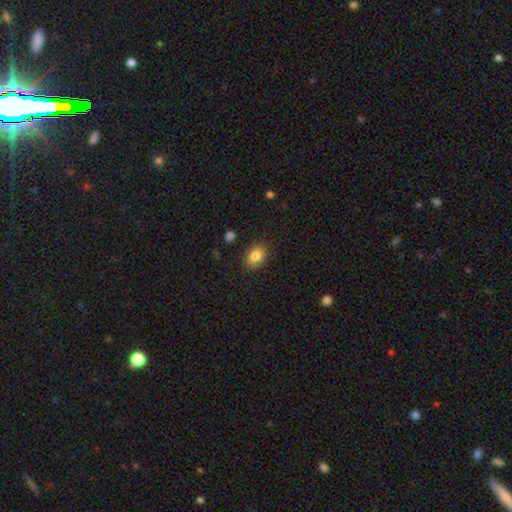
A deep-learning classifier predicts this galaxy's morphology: Smooth or featured?
  - smooth: 84% *
  - star or artifact: 9%
  - featured or disk: 7%
How rounded?
  - in between: 69% *
  - round: 30%
  - cigar-shaped: 1%
Merging?
  - none: 87% *
  - minor disturbance: 9%
  - major disturbance: 2%
  - merger: 1%